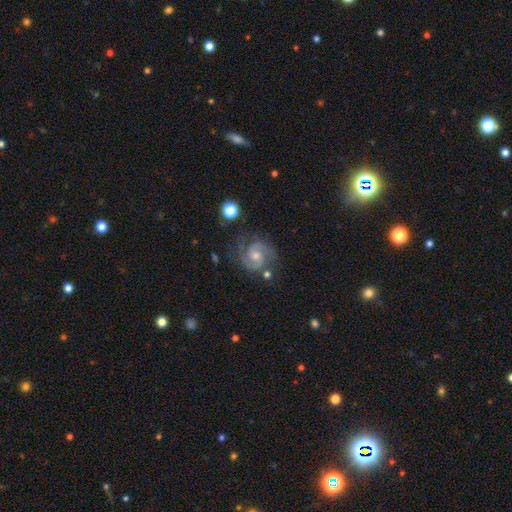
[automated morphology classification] smooth-or-featured: featured or disk: 88% | star or artifact: 7% | smooth: 6%
  disk-edge-on: no: 98% | yes: 2%
    bar: no: 57% | weak: 36% | strong: 7%
    has-spiral-arms: yes: 98% | no: 2%
      spiral-winding: medium: 50% | tight: 42% | loose: 8%
      spiral-arm-count: 2: 90% | 3: 3% | can't tell: 3% | 1: 1% | 4: 1% | more than 4: 1%
    bulge-size: moderate: 53% | small: 41% | none: 3% | large: 3% | dominant: 1%
  merging: none: 77% | minor disturbance: 15% | major disturbance: 5% | merger: 3%